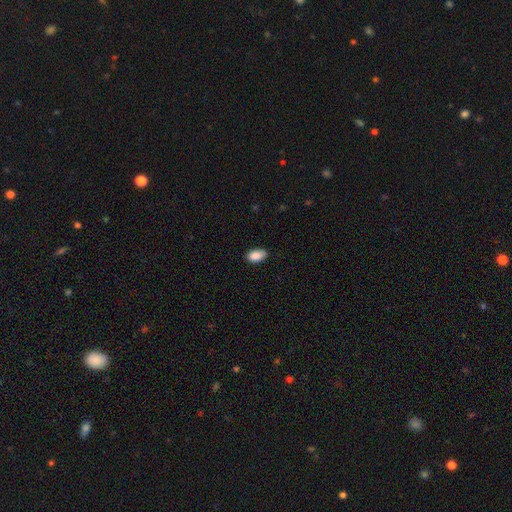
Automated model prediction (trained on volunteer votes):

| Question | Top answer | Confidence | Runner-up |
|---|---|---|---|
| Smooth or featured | smooth | 89% | star or artifact (7%) |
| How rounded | in between | 94% | round (4%) |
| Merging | none | 83% | minor disturbance (14%) |